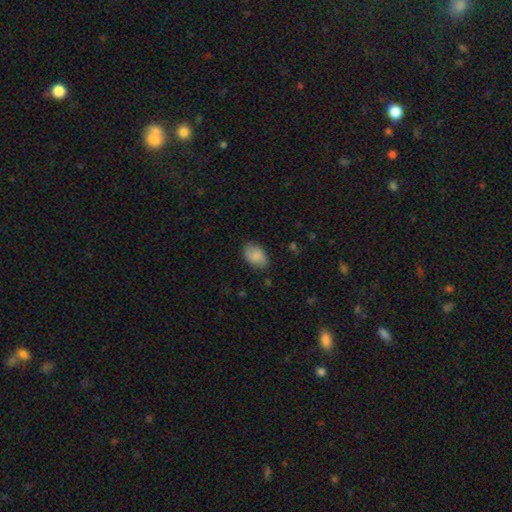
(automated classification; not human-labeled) smooth-or-featured: smooth: 78% | featured or disk: 15% | star or artifact: 7%
  how-rounded: in between: 86% | round: 13% | cigar-shaped: 1%
  merging: none: 78% | minor disturbance: 17% | major disturbance: 3% | merger: 1%